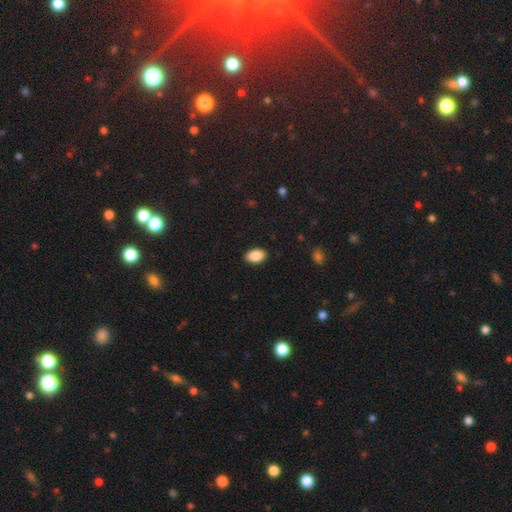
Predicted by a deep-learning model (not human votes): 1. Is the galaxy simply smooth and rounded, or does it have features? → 88% smooth, 7% star or artifact, 5% featured or disk.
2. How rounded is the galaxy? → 91% in between, 8% round, 1% cigar-shaped.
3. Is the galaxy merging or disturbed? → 89% none, 8% minor disturbance, 2% major disturbance, 1% merger.